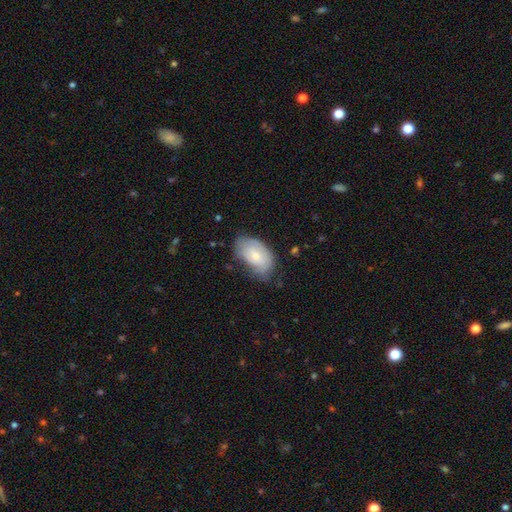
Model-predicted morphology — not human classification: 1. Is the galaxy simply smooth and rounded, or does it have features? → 56% smooth, 38% featured or disk, 6% star or artifact.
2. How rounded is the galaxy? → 93% in between, 5% round, 2% cigar-shaped.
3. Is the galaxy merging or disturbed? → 55% none, 33% minor disturbance, 10% major disturbance, 2% merger.